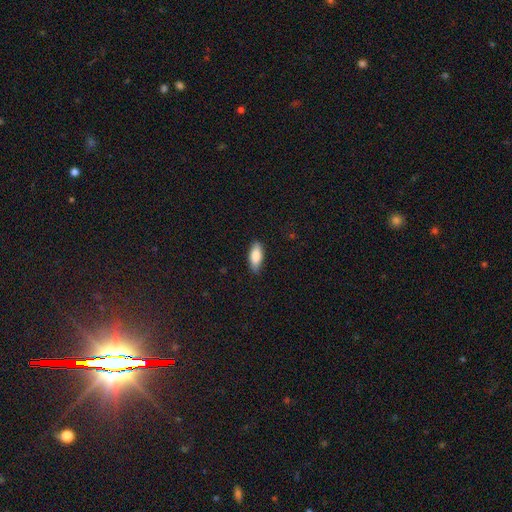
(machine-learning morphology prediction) smooth-or-featured: smooth: 82% | featured or disk: 12% | star or artifact: 6%
  how-rounded: in between: 79% | cigar-shaped: 19% | round: 2%
  merging: none: 85% | minor disturbance: 12% | major disturbance: 2% | merger: 1%